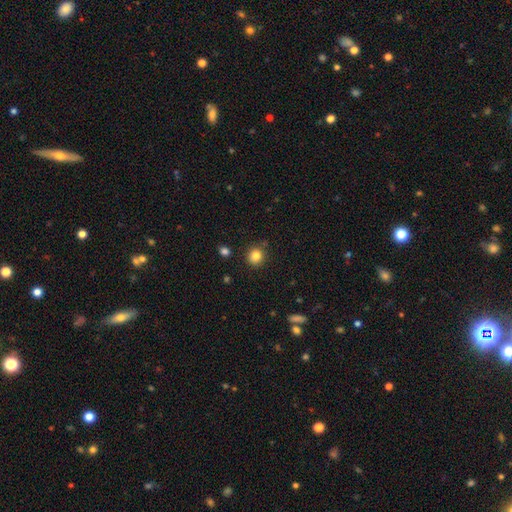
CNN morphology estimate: Smooth or featured?
  - smooth: 83% *
  - star or artifact: 12%
  - featured or disk: 6%
How rounded?
  - round: 88% *
  - in between: 11%
  - cigar-shaped: 1%
Merging?
  - none: 86% *
  - minor disturbance: 8%
  - merger: 3%
  - major disturbance: 2%